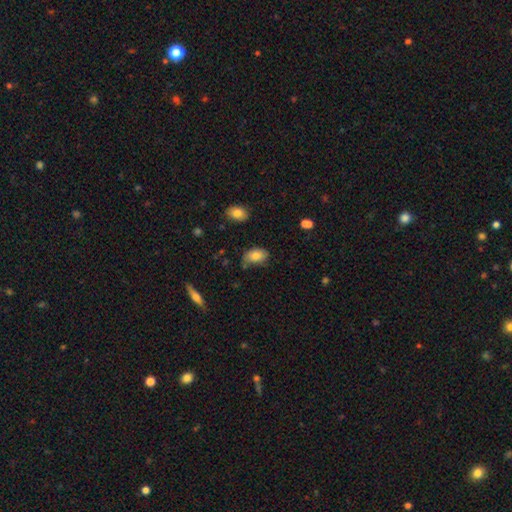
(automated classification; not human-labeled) smooth_or_featured: smooth (p=0.77) [alt: featured or disk p=0.14]
how_rounded: in between (p=0.90) [alt: round p=0.08]
merging: none (p=0.56) [alt: minor disturbance p=0.32]